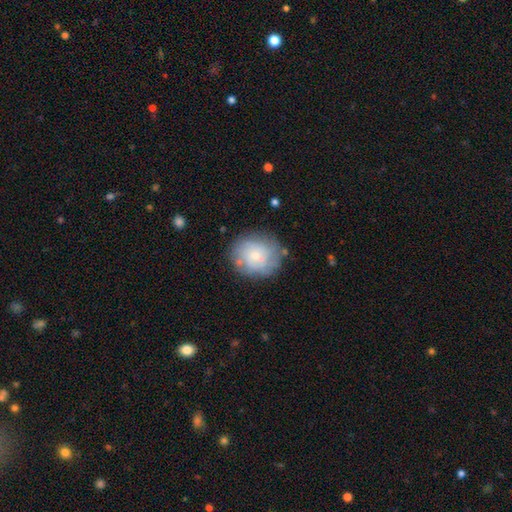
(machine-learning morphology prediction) A smooth galaxy with no disk features (54%) that is round (80%). Merging: none (72%).